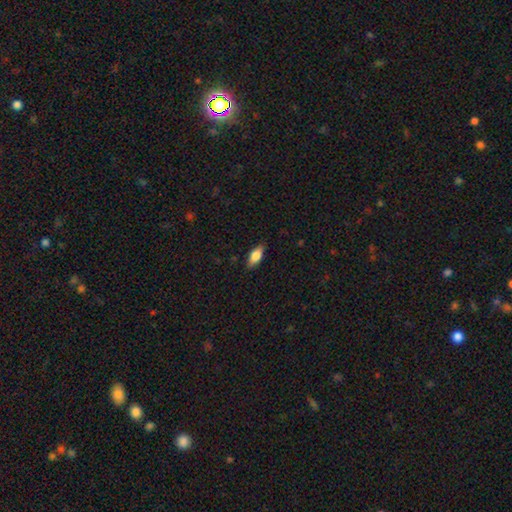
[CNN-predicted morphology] Q: Smooth or featured?
A: smooth (81%); runner-up: featured or disk (12%)
Q: How rounded?
A: in between (84%); runner-up: cigar-shaped (13%)
Q: Merging?
A: none (85%); runner-up: minor disturbance (11%)